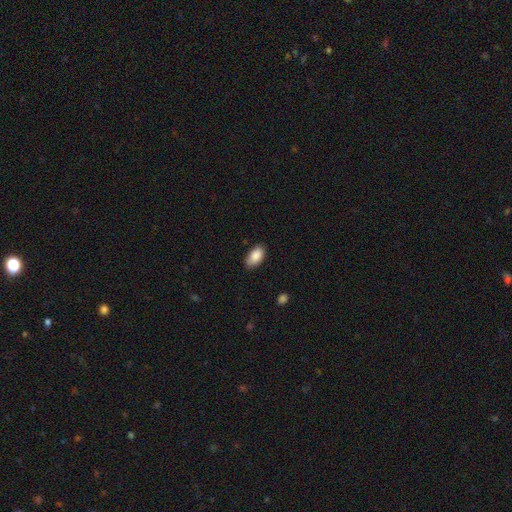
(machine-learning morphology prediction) smooth-or-featured: smooth: 89% | star or artifact: 7% | featured or disk: 5%
  how-rounded: in between: 94% | round: 3% | cigar-shaped: 2%
  merging: none: 81% | minor disturbance: 16% | major disturbance: 3% | merger: 1%